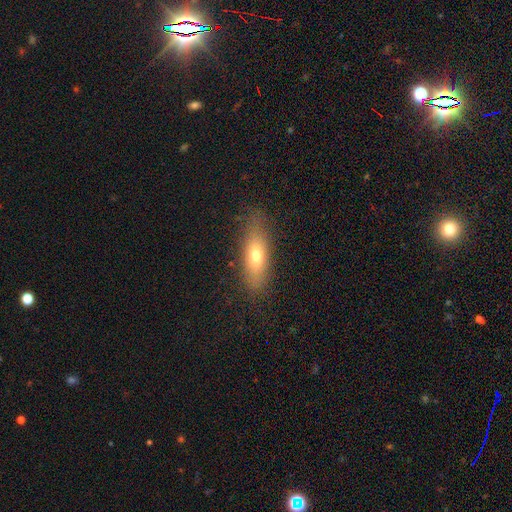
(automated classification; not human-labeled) smooth_or_featured: smooth (p=0.66) [alt: featured or disk p=0.25]
how_rounded: in between (p=0.54) [alt: cigar-shaped p=0.42]
merging: none (p=0.83) [alt: minor disturbance p=0.12]